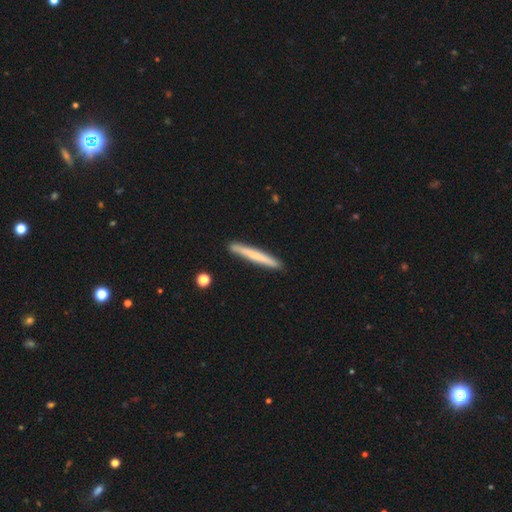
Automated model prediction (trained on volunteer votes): A smooth galaxy with no disk features (62%) that is cigar-shaped (97%).

Vote fractions:
- Smooth or featured? smooth: 62% / featured or disk: 32% / star or artifact: 6%
- How rounded? cigar-shaped: 97% / in between: 2% / round: 1%
- Merging? none: 90% / minor disturbance: 7% / merger: 2% / major disturbance: 1%